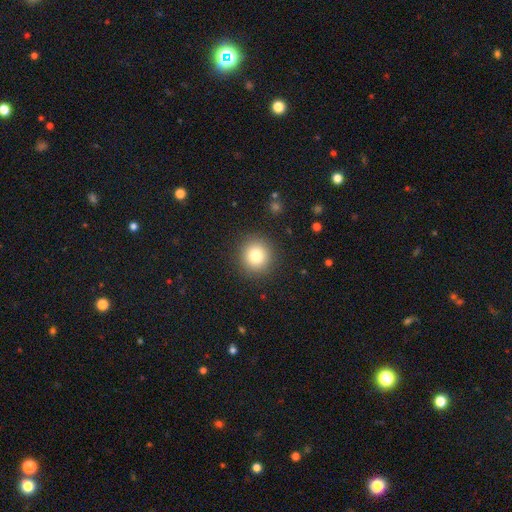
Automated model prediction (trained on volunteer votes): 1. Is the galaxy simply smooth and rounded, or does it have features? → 80% smooth, 12% star or artifact, 9% featured or disk.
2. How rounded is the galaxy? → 94% round, 5% in between, 1% cigar-shaped.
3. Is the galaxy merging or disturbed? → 91% none, 6% minor disturbance, 2% major disturbance, 1% merger.